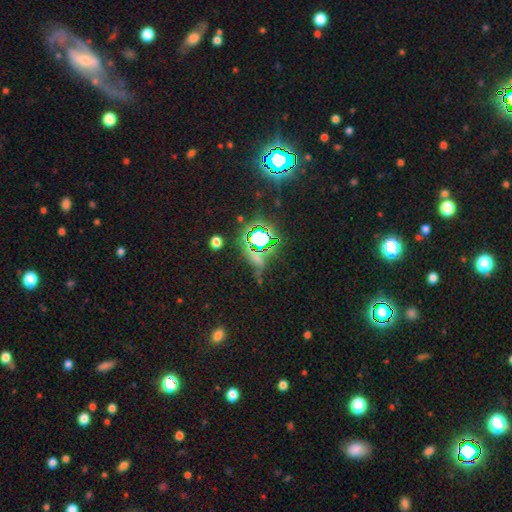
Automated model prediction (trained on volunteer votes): Smooth or featured? star or artifact (67%)